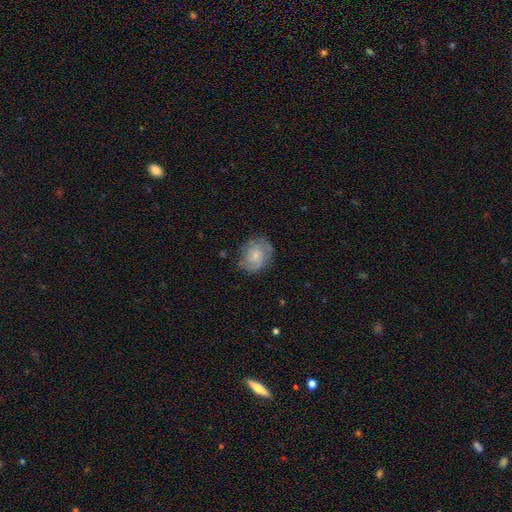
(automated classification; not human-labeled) A featured or disk galaxy (52%) with no bar (67%), spiral arms (82%) and a small central bulge (64%).

Vote fractions:
- Smooth or featured? featured or disk: 52% / smooth: 40% / star or artifact: 8%
- Edge-on disk? no: 98% / yes: 2%
- Bar? no: 67% / weak: 29% / strong: 4%
- Spiral arms? yes: 82% / no: 18%
- Bulge size? small: 64% / moderate: 23% / none: 10% / large: 2% / dominant: 1%
- Merging? none: 72% / minor disturbance: 20% / major disturbance: 7% / merger: 1%